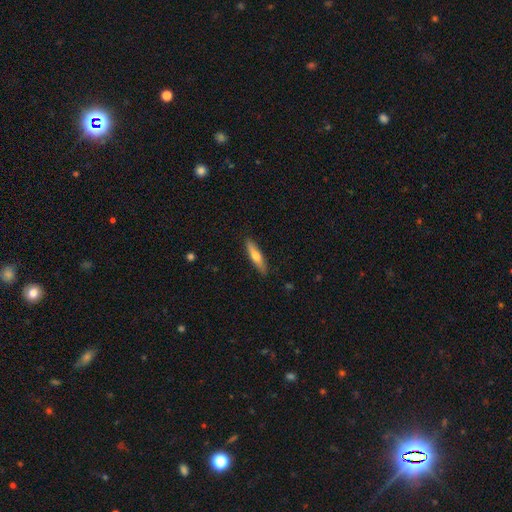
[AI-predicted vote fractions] Q: Smooth or featured?
A: smooth (62%); runner-up: featured or disk (33%)
Q: How rounded?
A: cigar-shaped (79%); runner-up: in between (19%)
Q: Merging?
A: none (89%); runner-up: minor disturbance (9%)